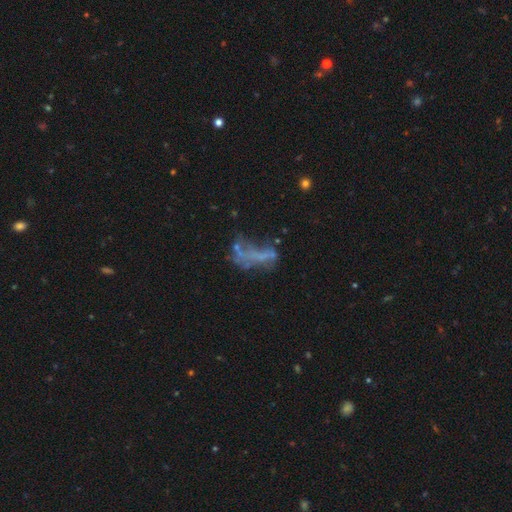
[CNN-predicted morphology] Smooth or featured? Predicted: featured or disk (p=0.49). Merging? Predicted: major disturbance (p=0.37).